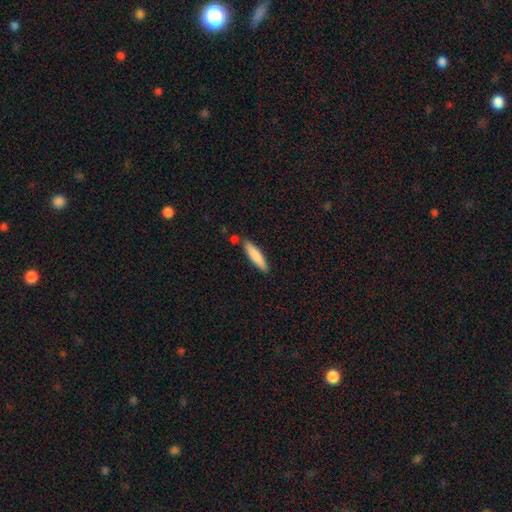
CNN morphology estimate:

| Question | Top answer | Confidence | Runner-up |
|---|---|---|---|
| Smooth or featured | smooth | 82% | featured or disk (13%) |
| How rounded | cigar-shaped | 78% | in between (20%) |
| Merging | none | 79% | minor disturbance (12%) |